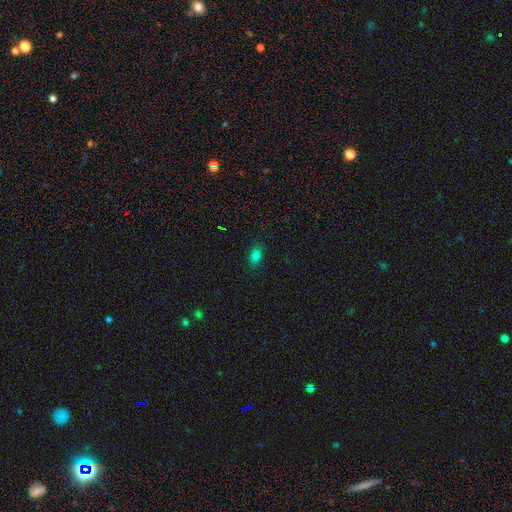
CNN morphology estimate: A smooth galaxy with no disk features (78%) that is in between round and cigar-shaped (77%). Merging: none (86%).